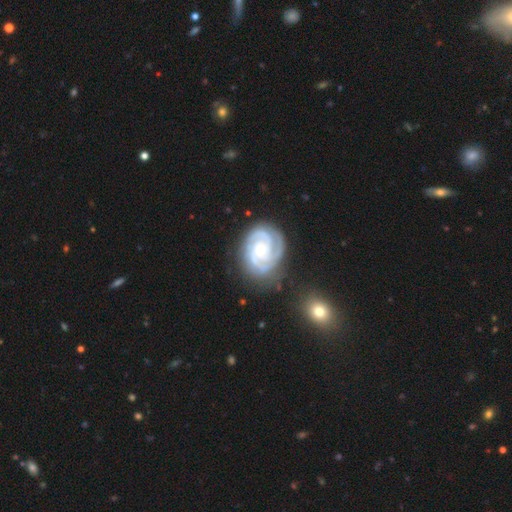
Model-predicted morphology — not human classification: Q: Smooth or featured?
A: featured or disk (90%); runner-up: smooth (5%)
Q: Edge-on disk?
A: no (98%); runner-up: yes (2%)
Q: Bar?
A: no (69%); runner-up: weak (23%)
Q: Spiral arms?
A: yes (98%); runner-up: no (2%)
Q: Spiral winding?
A: tight (76%); runner-up: medium (21%)
Q: Spiral arm count?
A: 3 (45%); runner-up: 2 (29%)
Q: Bulge size?
A: small (61%); runner-up: moderate (35%)
Q: Merging?
A: none (75%); runner-up: minor disturbance (17%)